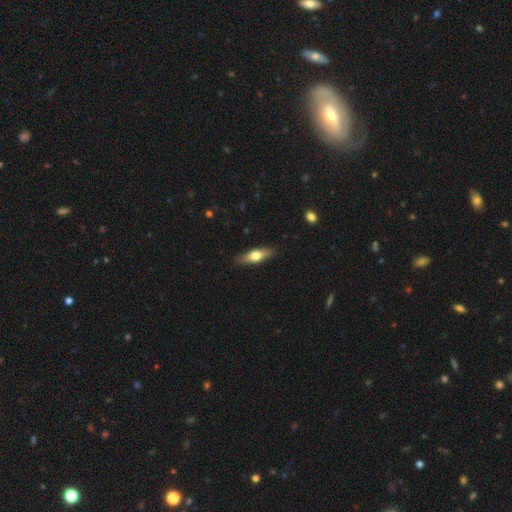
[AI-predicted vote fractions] Overall: smooth (59%; featured or disk 35%). How rounded: cigar-shaped (49%; in between 48%). Merging: none (87%).